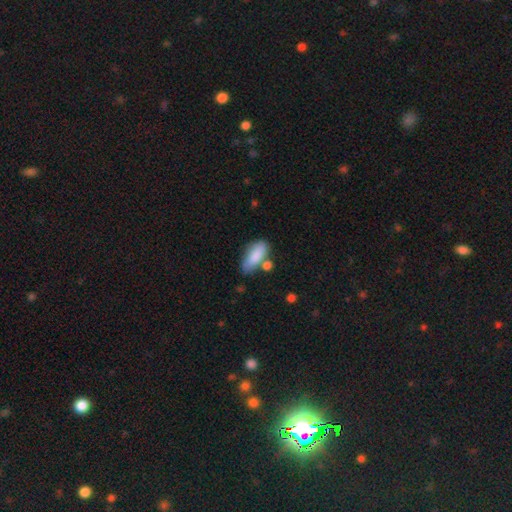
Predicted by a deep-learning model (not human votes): Smooth or featured? Predicted: smooth (p=0.84). How rounded? Predicted: in between (p=0.79). Merging? Predicted: none (p=0.53).